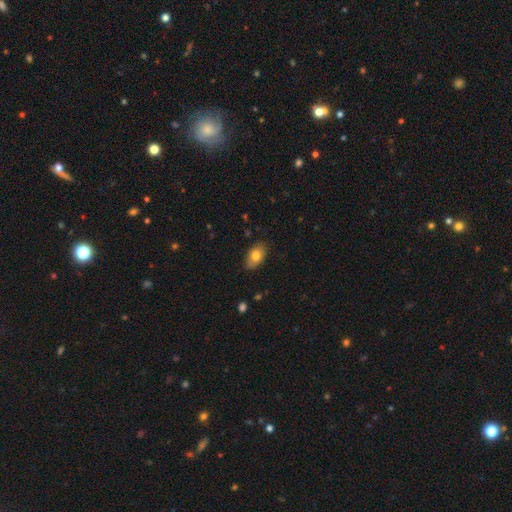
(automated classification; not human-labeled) Smooth or featured? smooth (76%)
How rounded? in between (91%)
Merging? none (81%)